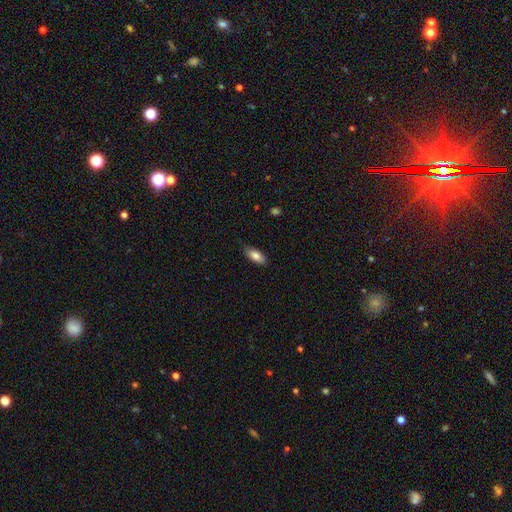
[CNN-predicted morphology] This is clearly a smooth galaxy (82%). How rounded: clearly in between (84%). Merging: clearly none (81%).